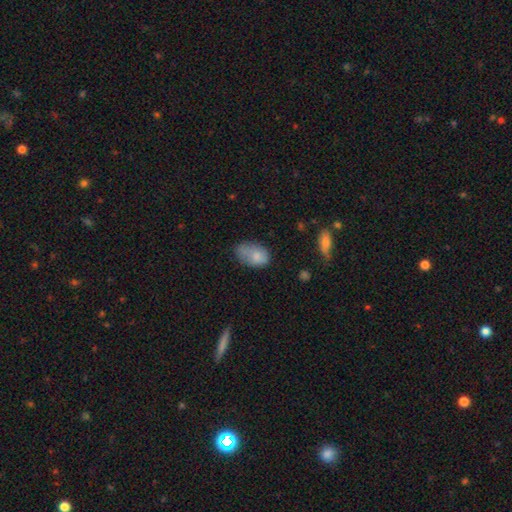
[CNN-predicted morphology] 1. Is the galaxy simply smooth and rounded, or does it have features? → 78% smooth, 13% featured or disk, 8% star or artifact.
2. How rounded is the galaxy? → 90% in between, 9% round, 1% cigar-shaped.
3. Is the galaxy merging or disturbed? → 46% none, 35% minor disturbance, 14% major disturbance, 5% merger.